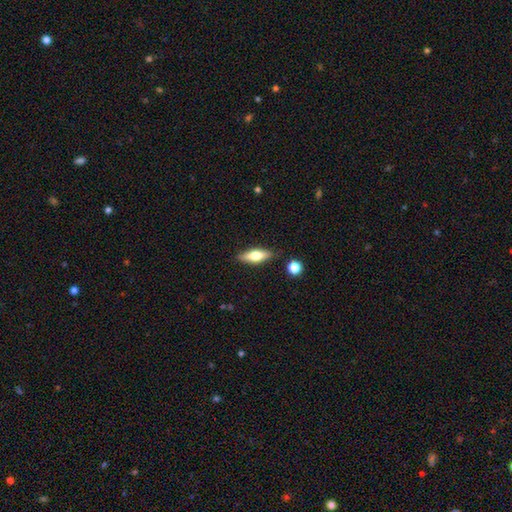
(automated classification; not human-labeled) This appears to be a smooth galaxy with no disk features (52%) that is in between round and cigar-shaped (50%). Merging: none (85%).